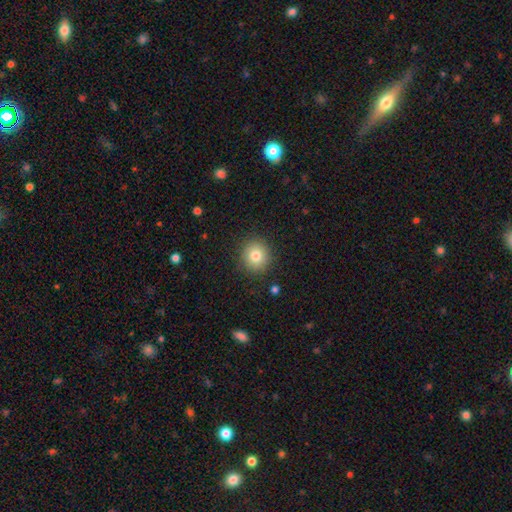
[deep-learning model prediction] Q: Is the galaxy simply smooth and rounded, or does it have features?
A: smooth — 81%.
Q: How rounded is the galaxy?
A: round — 89%.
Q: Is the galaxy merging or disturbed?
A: none — 90%.